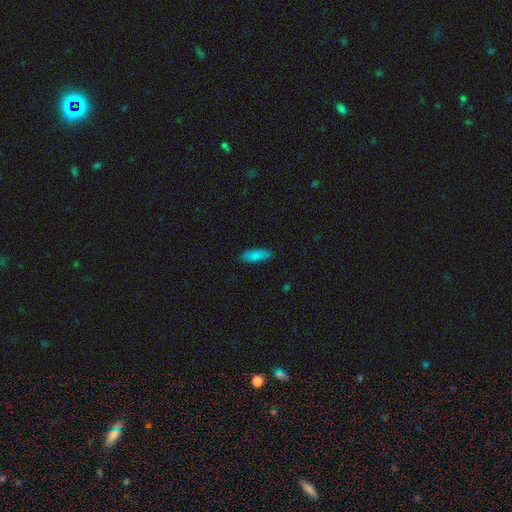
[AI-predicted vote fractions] Overall: smooth (85%). How rounded: in between (57%; cigar-shaped 41%). Merging: none (88%).